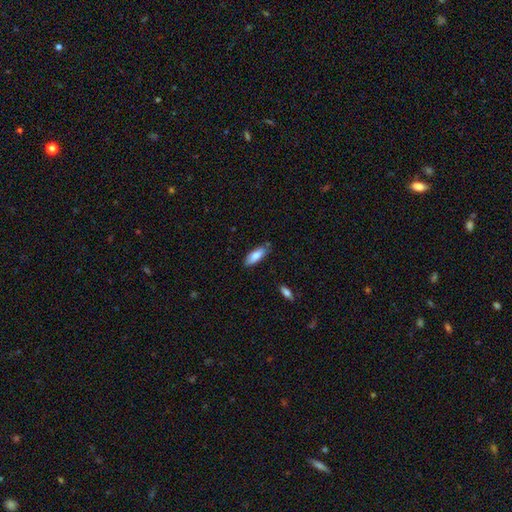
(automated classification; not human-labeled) Morphology: type=smooth (81%); roundness=in between (68%); merging=none (77%).